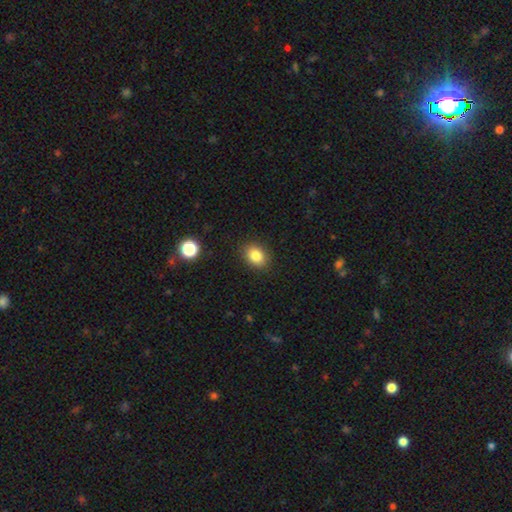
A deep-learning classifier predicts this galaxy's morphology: A smooth galaxy with no disk features (83%) that is in between round and cigar-shaped (59%). Merging: none (89%).